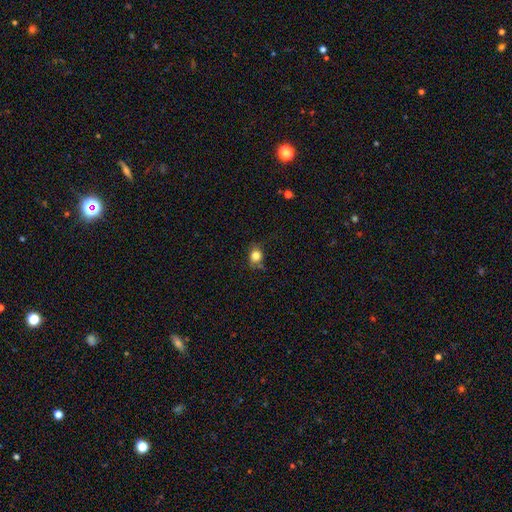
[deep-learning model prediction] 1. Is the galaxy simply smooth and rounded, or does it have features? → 81% smooth, 11% star or artifact, 8% featured or disk.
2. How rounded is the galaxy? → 58% round, 40% in between, 1% cigar-shaped.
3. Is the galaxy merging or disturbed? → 69% none, 23% minor disturbance, 6% major disturbance, 3% merger.